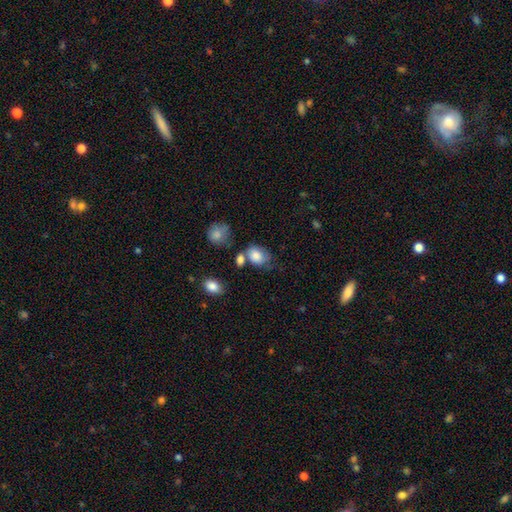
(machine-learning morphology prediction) Q: Smooth or featured?
A: smooth (79%); runner-up: featured or disk (13%)
Q: How rounded?
A: in between (66%); runner-up: round (33%)
Q: Merging?
A: none (40%); runner-up: minor disturbance (27%)